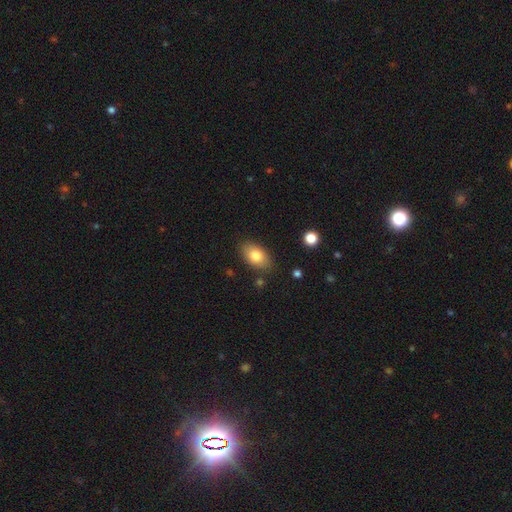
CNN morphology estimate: Q: Smooth or featured?
A: smooth (81%); runner-up: featured or disk (12%)
Q: How rounded?
A: in between (90%); runner-up: round (8%)
Q: Merging?
A: none (83%); runner-up: minor disturbance (12%)